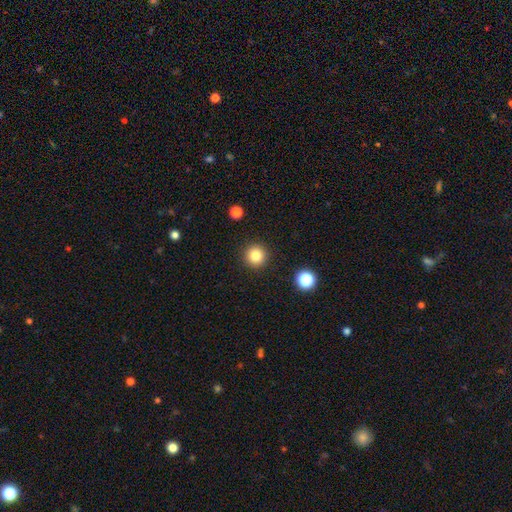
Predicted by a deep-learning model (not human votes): Overall: smooth (82%). How rounded: round (95%). Merging: none (91%).